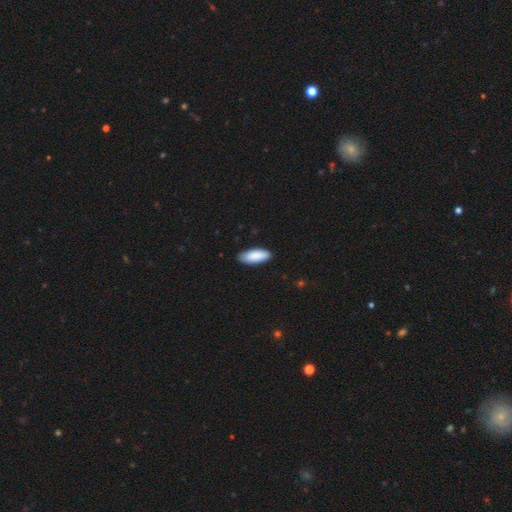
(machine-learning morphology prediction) Smooth or featured? smooth (90%)
How rounded? in between (81%)
Merging? none (85%)